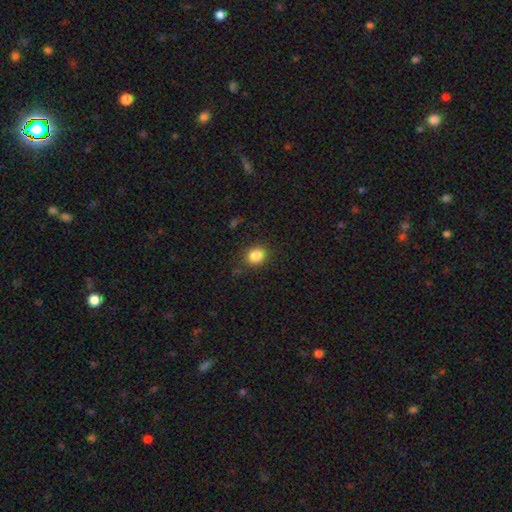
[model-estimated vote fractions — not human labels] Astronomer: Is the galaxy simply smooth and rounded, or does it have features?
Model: smooth — 85%.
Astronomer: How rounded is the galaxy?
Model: round — 67%.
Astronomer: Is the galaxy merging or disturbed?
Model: none — 85%.